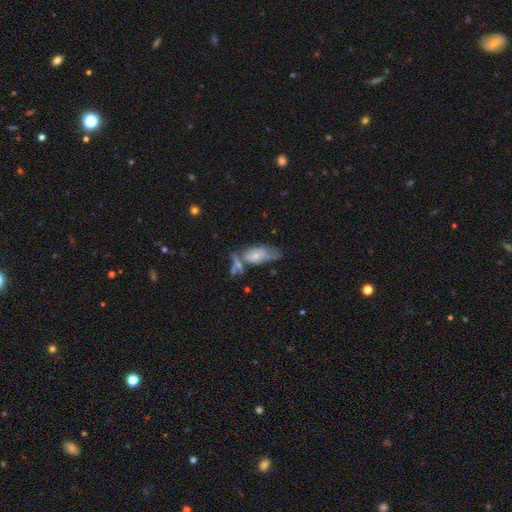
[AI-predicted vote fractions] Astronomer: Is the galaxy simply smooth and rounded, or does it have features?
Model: smooth — 61%.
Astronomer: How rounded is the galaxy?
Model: in between — 87%.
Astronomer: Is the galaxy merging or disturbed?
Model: none — 29%, tied with merger at 29%.